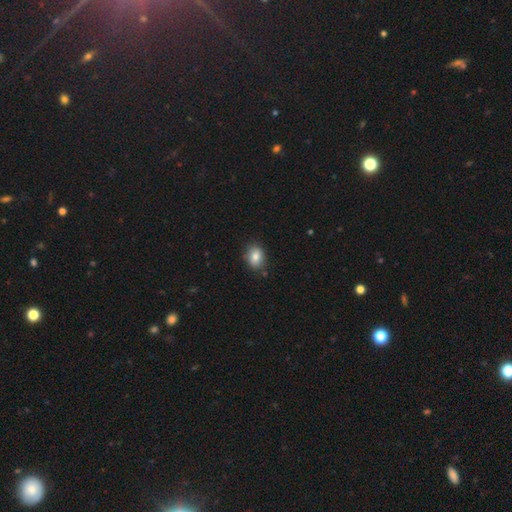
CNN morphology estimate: The model was most divided on "how rounded": in between: 65%, round: 34%, cigar-shaped: 1%. More confident: smooth or featured — smooth (84%); merging — none (82%).